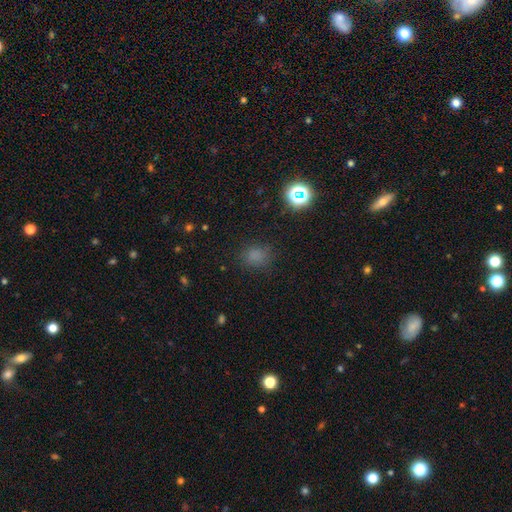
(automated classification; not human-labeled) Morphology: type=smooth (74%); roundness=round (63%); merging=none (80%).